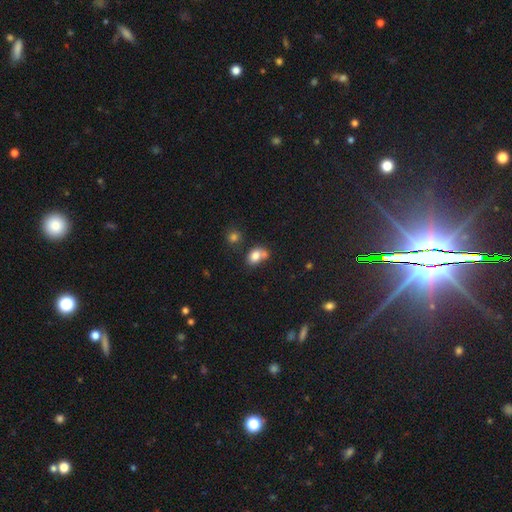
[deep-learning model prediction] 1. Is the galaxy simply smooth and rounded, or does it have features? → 79% smooth, 10% star or artifact, 10% featured or disk.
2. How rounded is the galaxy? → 65% in between, 34% round, 1% cigar-shaped.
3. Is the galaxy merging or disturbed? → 38% none, 35% merger, 18% minor disturbance, 9% major disturbance.